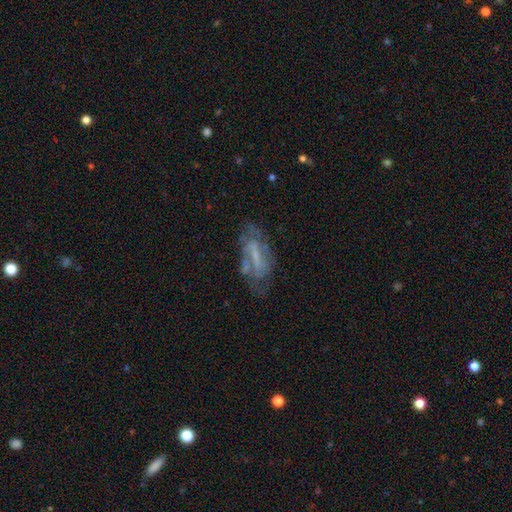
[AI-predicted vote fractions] Smooth or featured? featured or disk (68%)
Edge-on disk? no (89%)
Bar? weak (40%)
Spiral arms? yes (66%)
Bulge size? none (39%)
Merging? none (57%)